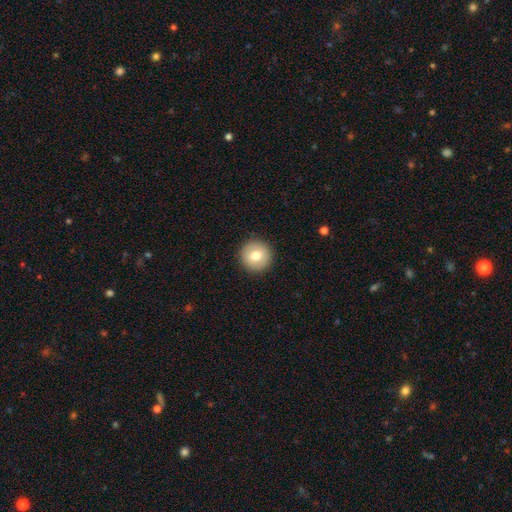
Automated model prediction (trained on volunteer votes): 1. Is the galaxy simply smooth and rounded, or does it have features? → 75% smooth, 17% featured or disk, 8% star or artifact.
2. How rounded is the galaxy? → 96% round, 3% in between, 1% cigar-shaped.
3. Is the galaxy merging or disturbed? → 92% none, 5% minor disturbance, 2% major disturbance, 1% merger.